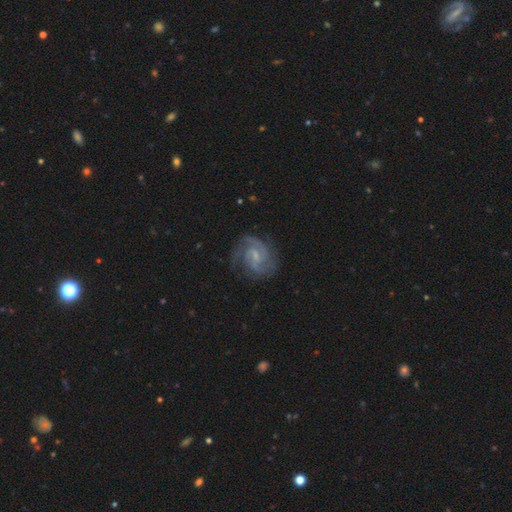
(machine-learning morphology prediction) A featured or disk galaxy (87%) with a weak bar (60%), 2 (56%) medium (47%) spiral arms (97%) and a small central bulge (58%). Merging: none (74%).